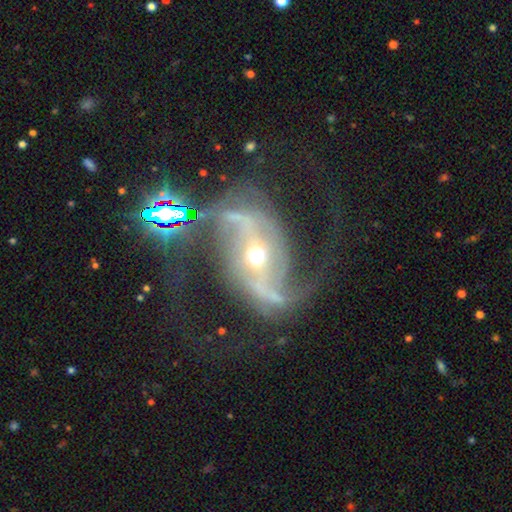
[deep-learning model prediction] This appears to be a featured or disk galaxy (85%) with a strong bar (36%), 2 (84%) loose (61%) spiral arms (86%) and a moderate central bulge (64%). Merging: none (41%).